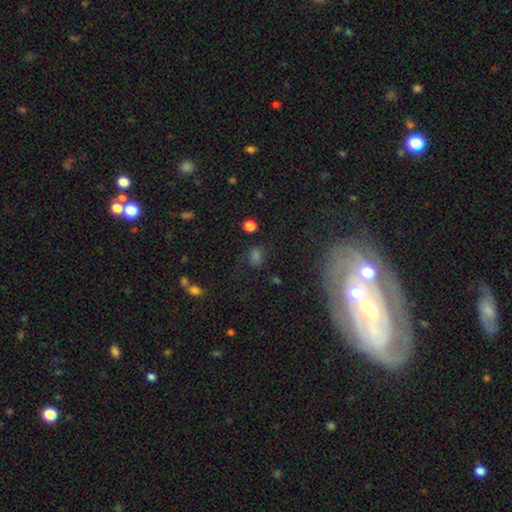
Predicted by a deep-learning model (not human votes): Q: Smooth or featured?
A: smooth (61%); runner-up: star or artifact (27%)
Q: How rounded?
A: in between (51%); runner-up: round (46%)
Q: Merging?
A: none (75%); runner-up: minor disturbance (15%)